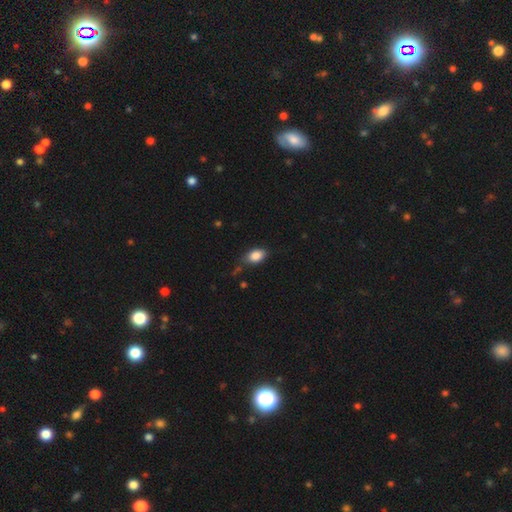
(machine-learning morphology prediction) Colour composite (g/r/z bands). It shows a smooth galaxy with no disk features (86%) that is in between round and cigar-shaped (88%). Merging: none (68%).